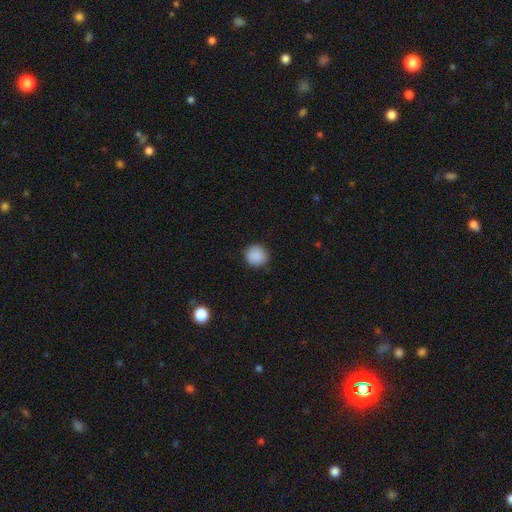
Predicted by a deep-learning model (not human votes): The model was most divided on "smooth or featured": smooth: 89%, star or artifact: 9%, featured or disk: 3%. More confident: how rounded — round (93%); merging — none (89%).